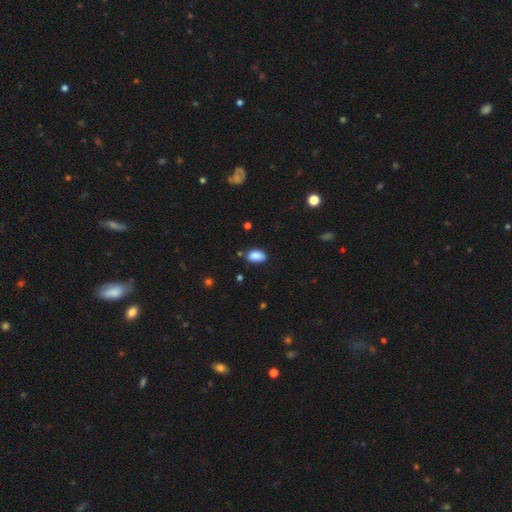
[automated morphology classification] smooth 87%, star or artifact 8%, featured or disk 5%. Down the decision tree: how rounded — in between (91%); merging — none (76%).